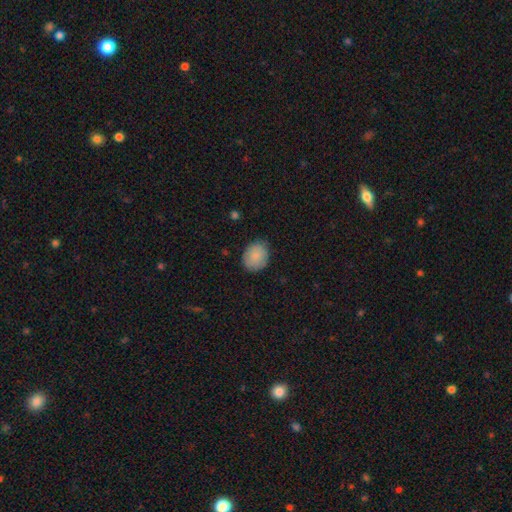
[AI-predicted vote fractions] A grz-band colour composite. It shows a smooth galaxy with no disk features (87%) that is round (55%). Merging: none (79%).